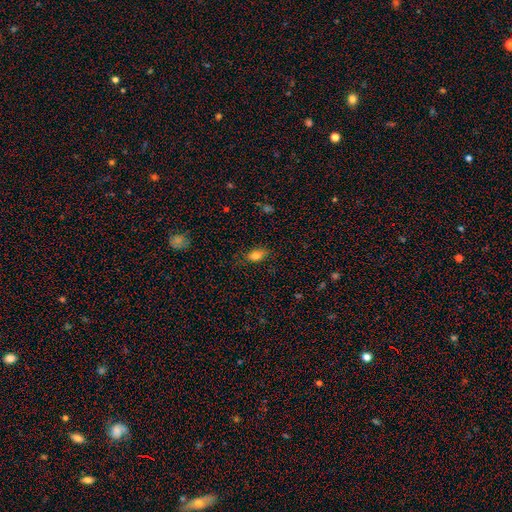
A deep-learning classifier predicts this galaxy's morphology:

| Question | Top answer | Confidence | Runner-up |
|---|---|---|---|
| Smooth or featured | smooth | 82% | star or artifact (10%) |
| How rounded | in between | 84% | round (11%) |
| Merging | none | 79% | minor disturbance (16%) |